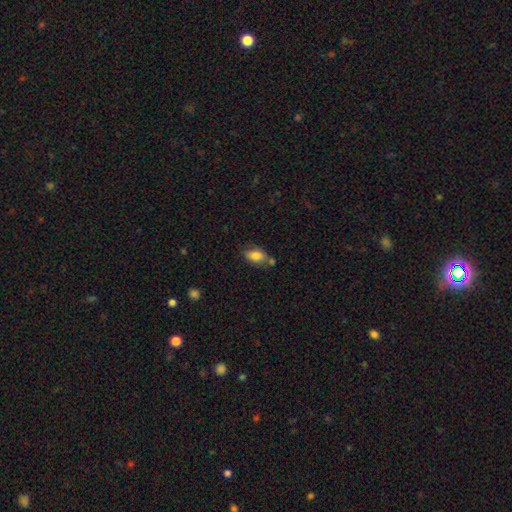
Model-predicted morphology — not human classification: This appears to be a smooth galaxy with no disk features (81%) that is in between round and cigar-shaped (89%). Merging: none (62%).